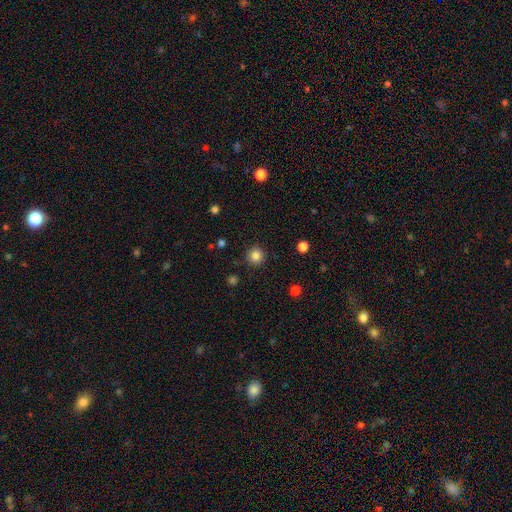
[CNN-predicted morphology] This appears to be a smooth galaxy with no disk features (85%) that is round (94%). Merging: none (90%).